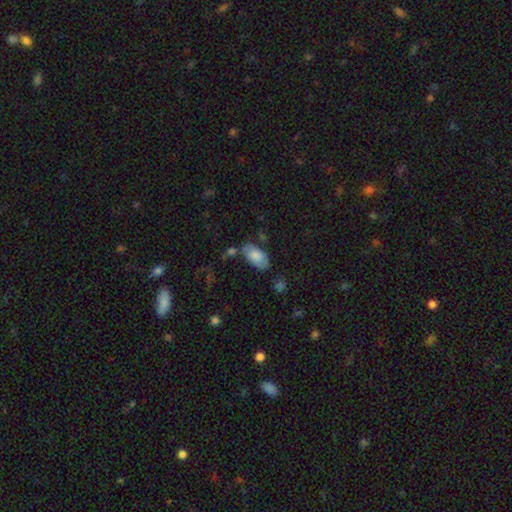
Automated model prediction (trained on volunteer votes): This appears to be a smooth galaxy with no disk features (79%) that is in between round and cigar-shaped (94%). Merging: none (64%).